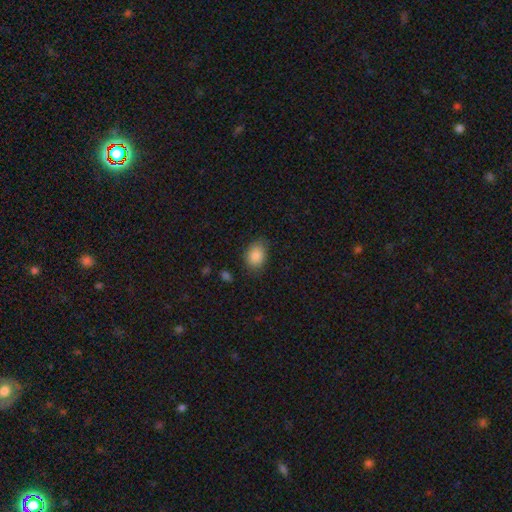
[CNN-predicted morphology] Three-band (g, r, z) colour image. It shows a smooth galaxy with no disk features (86%) that is in between round and cigar-shaped (70%). Merging: none (74%).